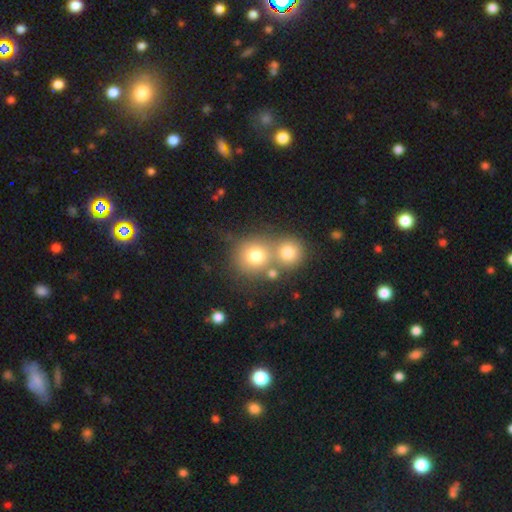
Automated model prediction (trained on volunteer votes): Morphology: type=smooth (75%); roundness=round (87%); merging=merger (45%).